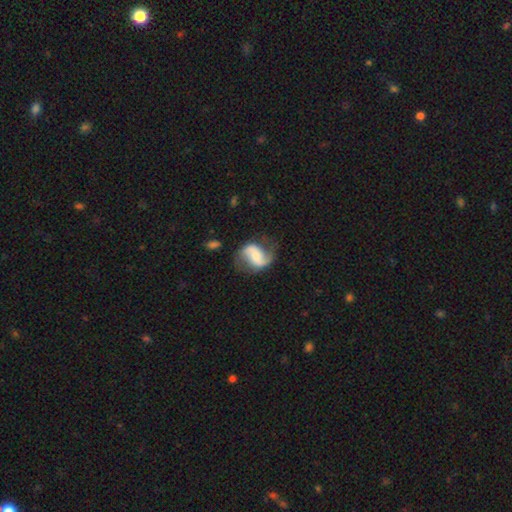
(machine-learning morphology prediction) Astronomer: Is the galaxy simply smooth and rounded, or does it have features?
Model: featured or disk — 78%.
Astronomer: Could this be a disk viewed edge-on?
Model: no — 98%.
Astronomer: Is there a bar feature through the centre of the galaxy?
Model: no — 43% (runner-up: weak, 37%).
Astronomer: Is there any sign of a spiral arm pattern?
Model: yes — 94%.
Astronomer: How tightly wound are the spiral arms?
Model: loose — 54% (runner-up: medium, 36%).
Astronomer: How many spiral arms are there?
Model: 2 — 88%.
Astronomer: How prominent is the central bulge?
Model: small — 40%, tied with moderate at 40%.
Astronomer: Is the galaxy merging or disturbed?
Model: none — 65%.